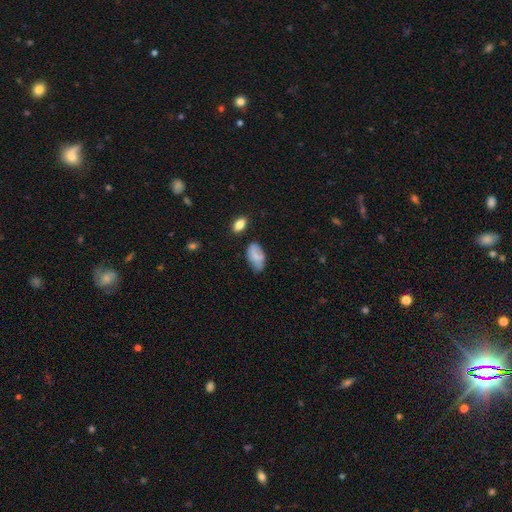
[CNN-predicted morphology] type=smooth (74%); roundness=in between (93%); merging=none (52%).